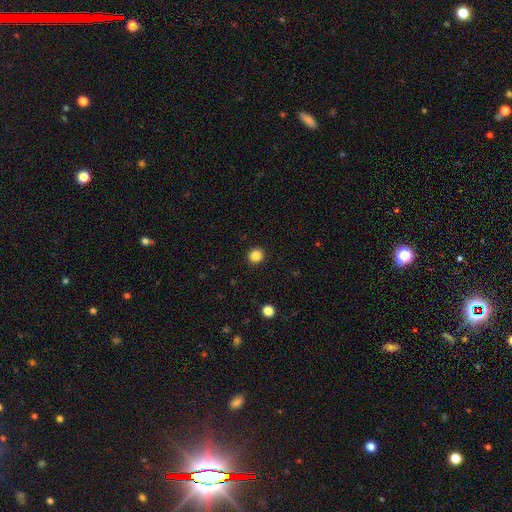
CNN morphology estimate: Overall: smooth (86%). How rounded: round (91%). Merging: none (93%).